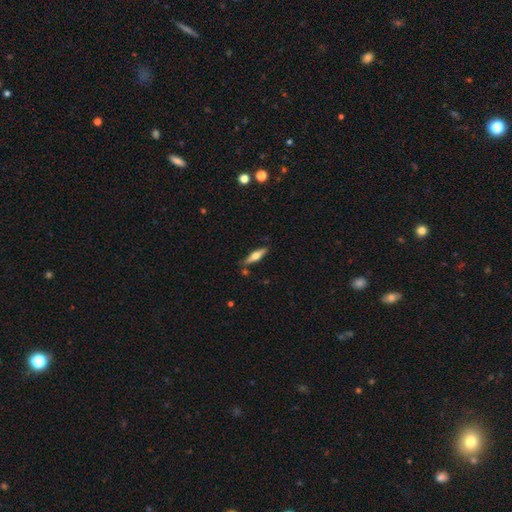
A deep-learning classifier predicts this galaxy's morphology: smooth-or-featured: featured or disk: 58% | smooth: 36% | star or artifact: 6%
  disk-edge-on: yes: 95% | no: 5%
    edge-on-bulge: rounded: 94% | boxy: 4% | none: 3%
  merging: none: 85% | minor disturbance: 10% | merger: 3% | major disturbance: 2%